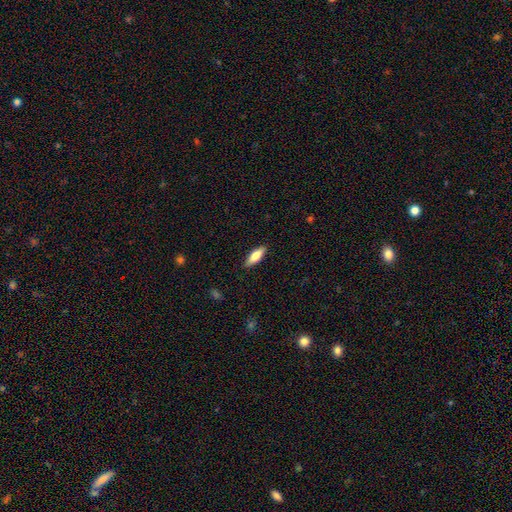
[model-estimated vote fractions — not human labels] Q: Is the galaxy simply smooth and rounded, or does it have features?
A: smooth — 66%.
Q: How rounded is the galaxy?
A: in between — 58%.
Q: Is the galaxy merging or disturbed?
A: none — 88%.